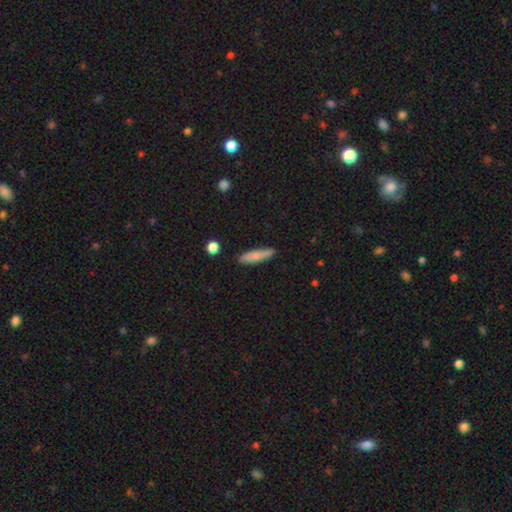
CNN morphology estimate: This appears to be a smooth galaxy with no disk features (78%) that is cigar-shaped (81%). Merging: none (83%).